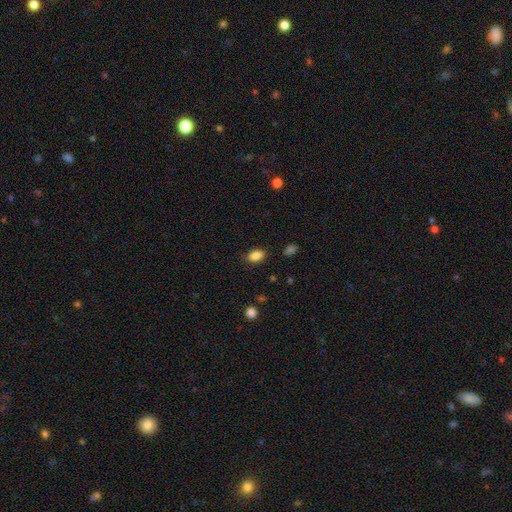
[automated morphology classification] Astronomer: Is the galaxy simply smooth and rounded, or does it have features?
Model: smooth — 87%.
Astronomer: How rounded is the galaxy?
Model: in between — 87%.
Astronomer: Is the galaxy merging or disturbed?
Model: none — 84%.